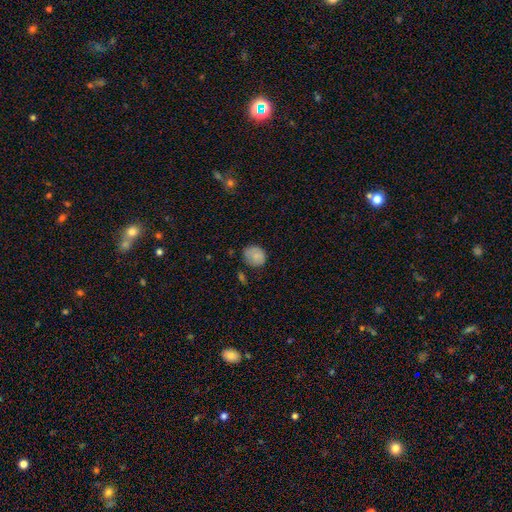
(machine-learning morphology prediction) A smooth galaxy with no disk features (82%) that is round (65%). Merging: none (64%).